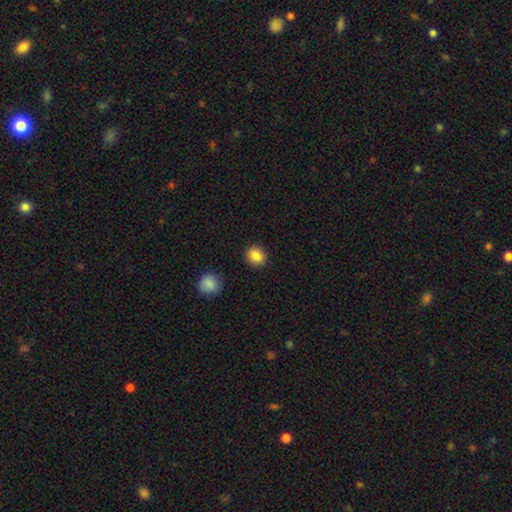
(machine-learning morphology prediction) A smooth galaxy with no disk features (87%) that is round (74%). Merging: none (90%).